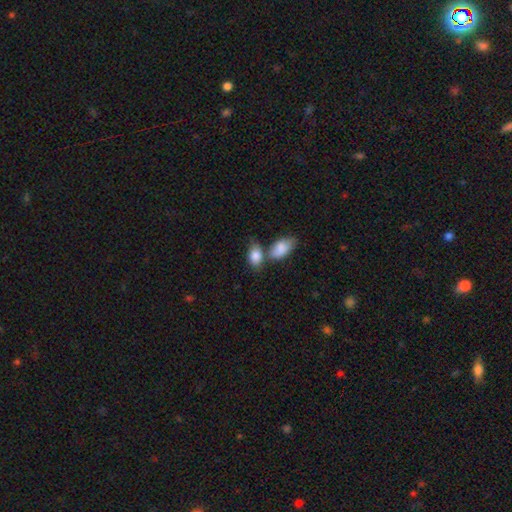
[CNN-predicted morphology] A smooth galaxy with no disk features (86%) that is in between round and cigar-shaped (85%).

Vote fractions:
- Smooth or featured? smooth: 86% / featured or disk: 8% / star or artifact: 7%
- How rounded? in between: 85% / round: 13% / cigar-shaped: 2%
- Merging? merger: 42% / none: 38% / minor disturbance: 14% / major disturbance: 6%